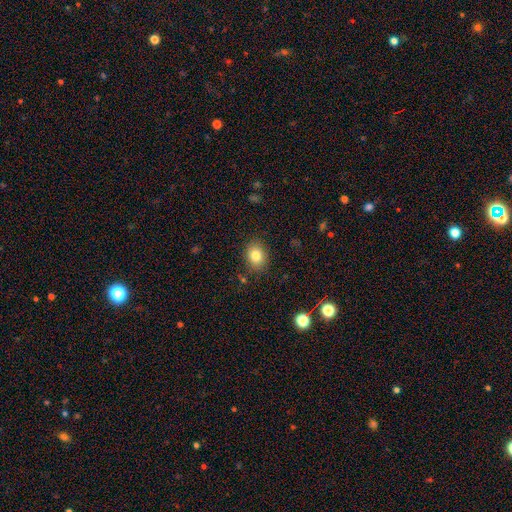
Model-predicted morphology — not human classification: This appears to be a smooth galaxy with no disk features (82%) that is in between round and cigar-shaped (53%). Merging: none (86%).